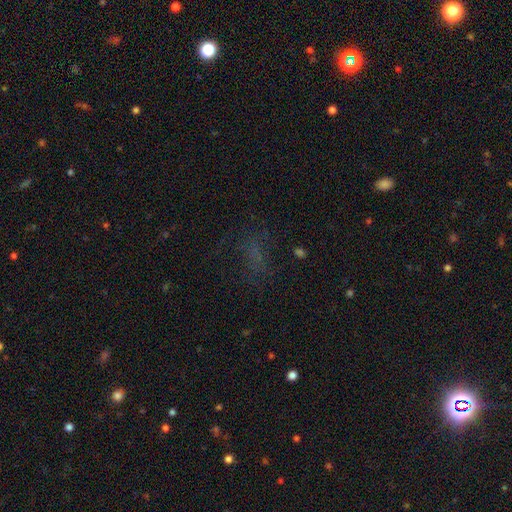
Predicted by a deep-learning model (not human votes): Overall: smooth (42%; star or artifact 41%). Merging: none (69%).